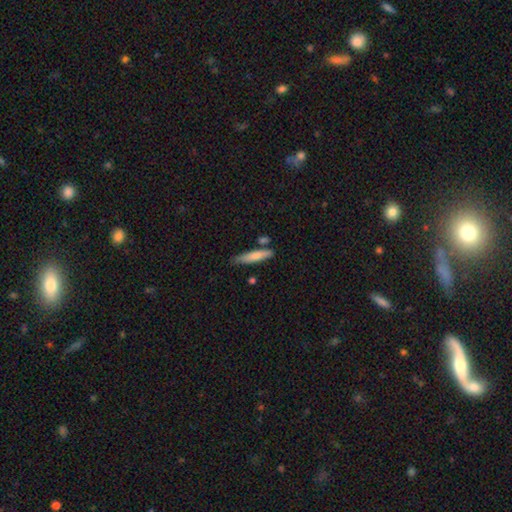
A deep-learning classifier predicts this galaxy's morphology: A smooth galaxy with no disk features (75%) that is cigar-shaped (84%).

Vote fractions:
- Smooth or featured? smooth: 75% / featured or disk: 19% / star or artifact: 6%
- How rounded? cigar-shaped: 84% / in between: 14% / round: 2%
- Merging? none: 72% / minor disturbance: 17% / merger: 8% / major disturbance: 3%